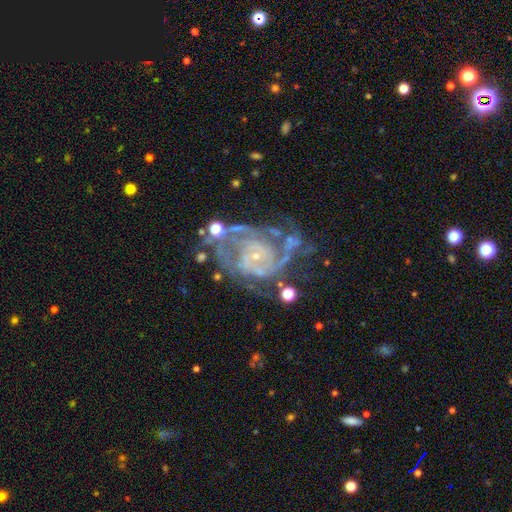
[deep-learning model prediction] Overall: featured or disk (88%). Edge-on disk: no (98%). Bar: no (72%). Spiral arms: yes (95%). Spiral arm count: 2 (28%; 3 25%). Spiral winding: tight (54%; medium 37%). Bulge size: small (83%). Merging: none (51%; minor disturbance 22%).